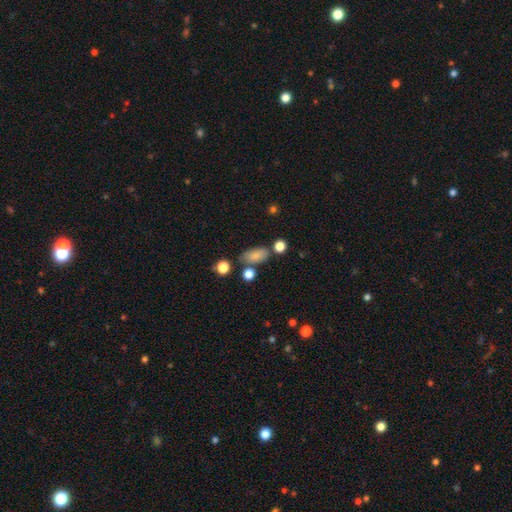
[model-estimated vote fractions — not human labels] Overall: smooth (81%). How rounded: in between (86%). Merging: none (68%).